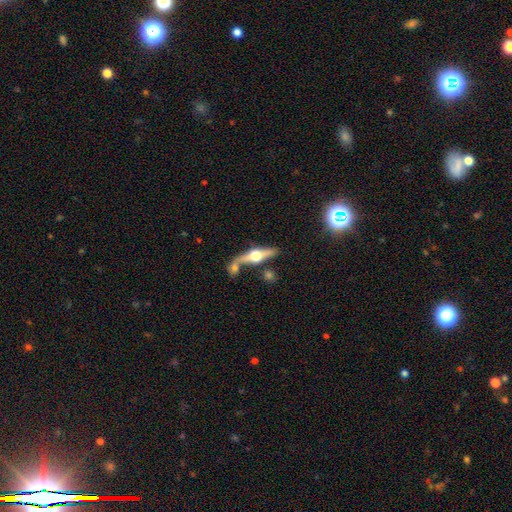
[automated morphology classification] Smooth or featured: featured or disk — 72% (smooth — 22%)
Edge-on disk: yes — 93% (no — 7%)
Edge-on bulge: rounded — 96% (boxy — 2%)
Merging: none — 58% (merger — 25%)